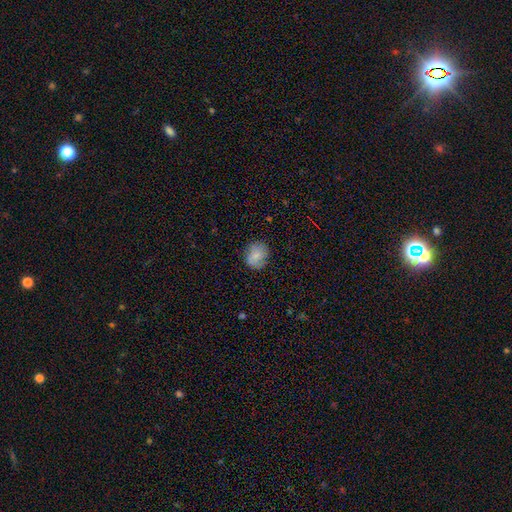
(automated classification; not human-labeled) This appears to be a smooth galaxy with no disk features (79%) that is round (67%). Merging: none (78%).